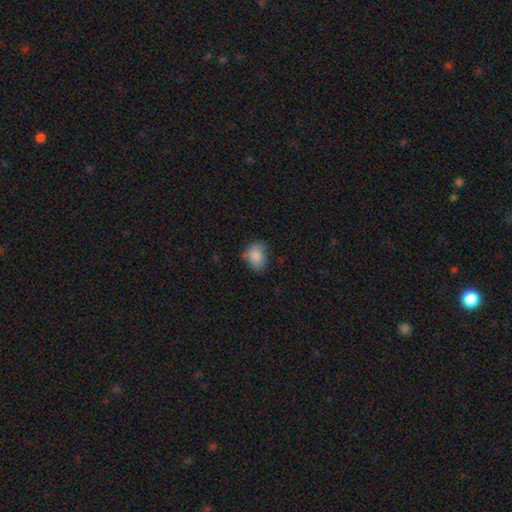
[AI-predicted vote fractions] Overall: smooth (83%). How rounded: in between (65%; round 34%). Merging: none (60%; minor disturbance 30%).